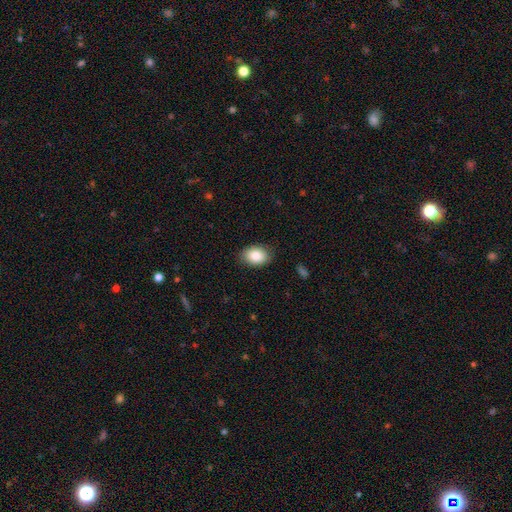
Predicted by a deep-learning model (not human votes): A smooth galaxy with no disk features (86%) that is in between round and cigar-shaped (79%). Merging: none (84%).